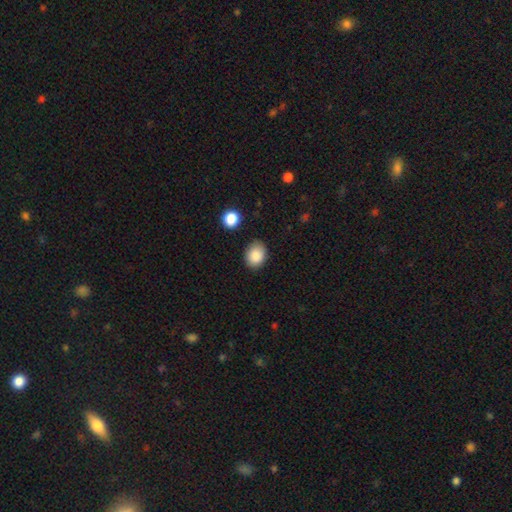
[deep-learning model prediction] This appears to be a smooth galaxy with no disk features (88%) that is in between round and cigar-shaped (58%). Merging: none (81%).